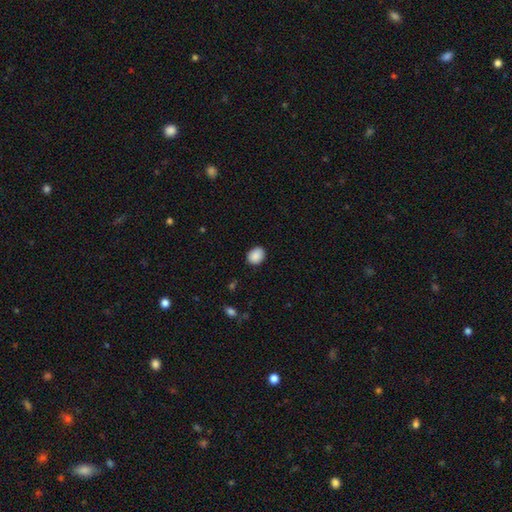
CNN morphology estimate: A smooth galaxy with no disk features (89%) that is in between round and cigar-shaped (53%).

Vote fractions:
- Smooth or featured? smooth: 89% / star or artifact: 8% / featured or disk: 3%
- How rounded? in between: 53% / round: 46% / cigar-shaped: 1%
- Merging? none: 87% / minor disturbance: 10% / major disturbance: 2% / merger: 1%